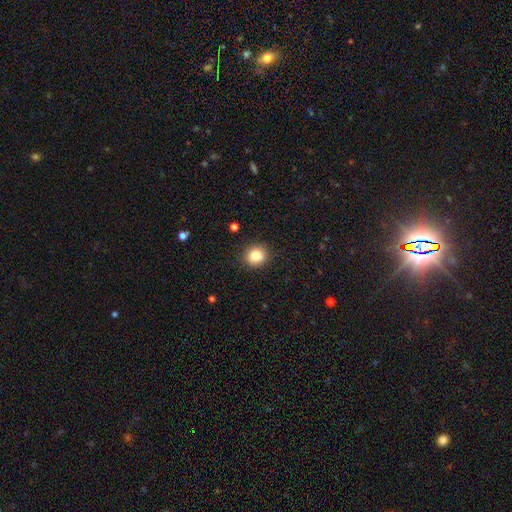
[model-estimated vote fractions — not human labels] A smooth galaxy with no disk features (83%) that is round (85%). Merging: none (90%).